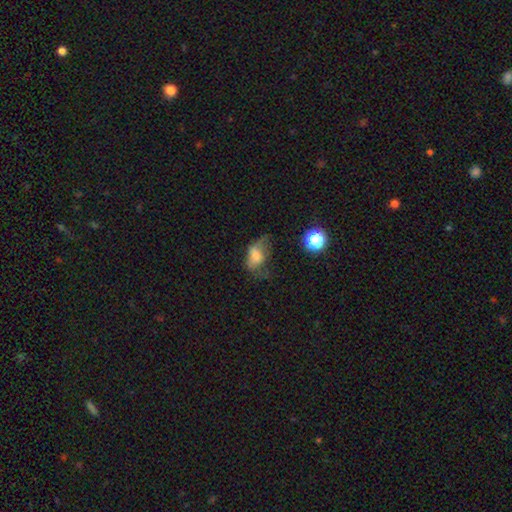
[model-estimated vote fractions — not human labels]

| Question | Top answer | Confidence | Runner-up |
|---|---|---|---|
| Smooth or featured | smooth | 60% | featured or disk (28%) |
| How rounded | in between | 80% | round (17%) |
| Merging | major disturbance | 45% | minor disturbance (26%) |